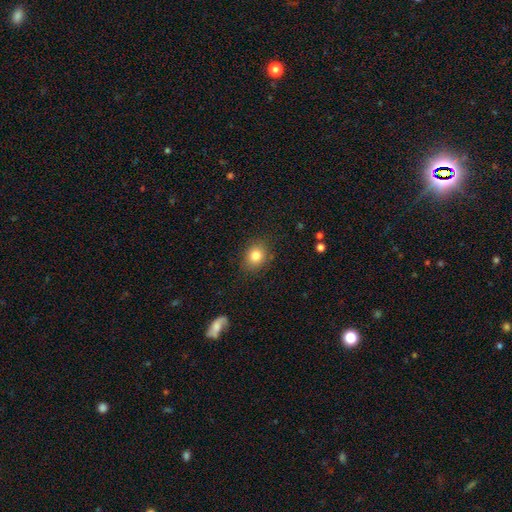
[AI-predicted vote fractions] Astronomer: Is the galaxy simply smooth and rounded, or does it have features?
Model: smooth — 81%.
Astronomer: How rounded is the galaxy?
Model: round — 64%.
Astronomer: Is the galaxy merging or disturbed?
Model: none — 84%.